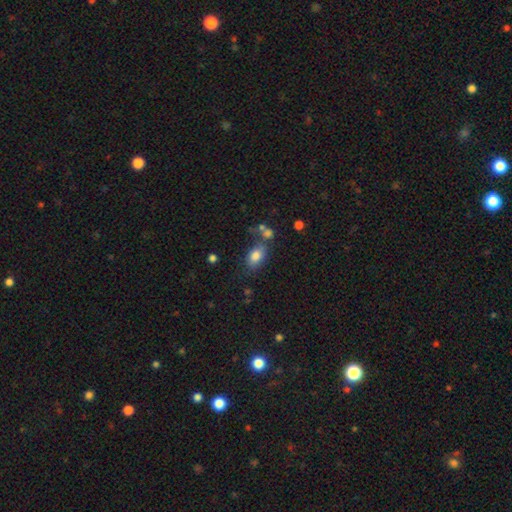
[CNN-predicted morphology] Smooth or featured? Predicted: smooth (p=0.81). How rounded? Predicted: in between (p=0.86). Merging? Predicted: none (p=0.61).